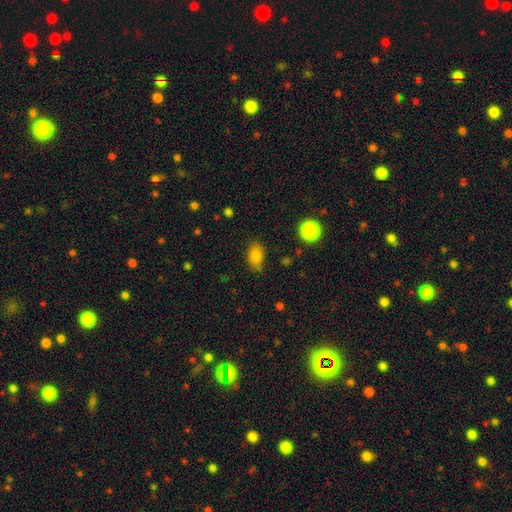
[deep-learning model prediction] smooth_or_featured: smooth (p=0.82) [alt: star or artifact p=0.11]
how_rounded: in between (p=0.83) [alt: round p=0.15]
merging: none (p=0.74) [alt: minor disturbance p=0.19]